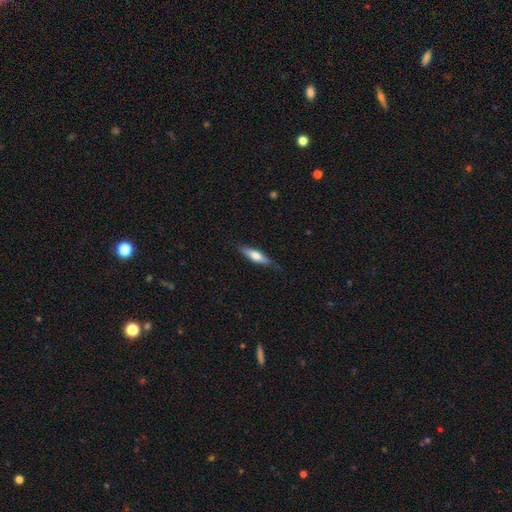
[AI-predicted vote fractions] A smooth galaxy with no disk features (60%) that is cigar-shaped (64%).

Vote fractions:
- Smooth or featured? smooth: 60% / featured or disk: 34% / star or artifact: 6%
- How rounded? cigar-shaped: 64% / in between: 34% / round: 2%
- Merging? none: 77% / minor disturbance: 18% / major disturbance: 4% / merger: 1%